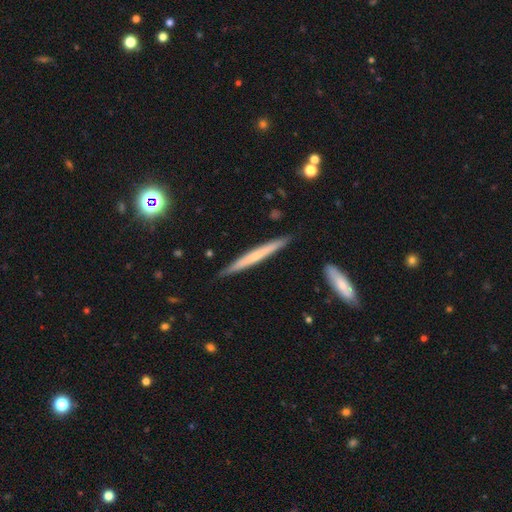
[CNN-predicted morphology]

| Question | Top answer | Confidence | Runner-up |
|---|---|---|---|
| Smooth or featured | featured or disk | 48% | smooth (46%) |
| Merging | none | 88% | minor disturbance (9%) |